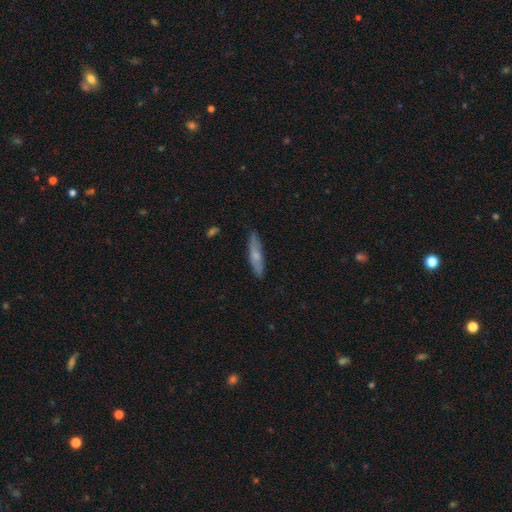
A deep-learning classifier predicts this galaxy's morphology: Smooth or featured? smooth (53%)
How rounded? cigar-shaped (77%)
Merging? none (84%)